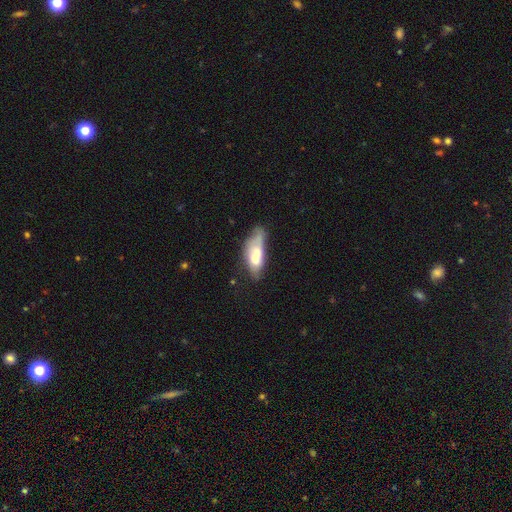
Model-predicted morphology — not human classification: smooth_or_featured: smooth (p=0.61) [alt: featured or disk p=0.31]
how_rounded: in between (p=0.69) [alt: cigar-shaped p=0.29]
merging: minor disturbance (p=0.36) [alt: none p=0.35]